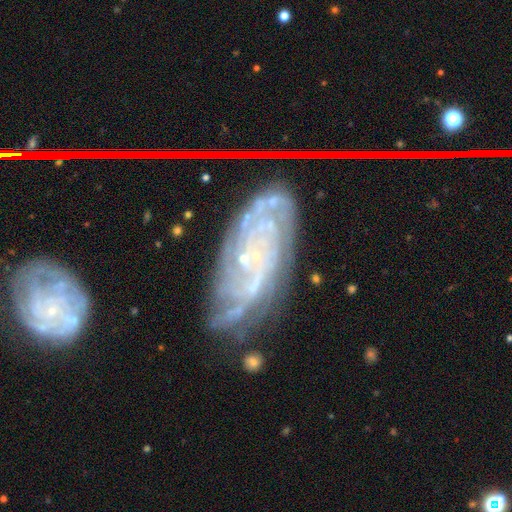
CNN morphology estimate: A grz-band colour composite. It shows a featured or disk galaxy (84%) with no bar (69%), tight (70%) spiral arms (96%) and a small central bulge (85%). Merging: none (69%).